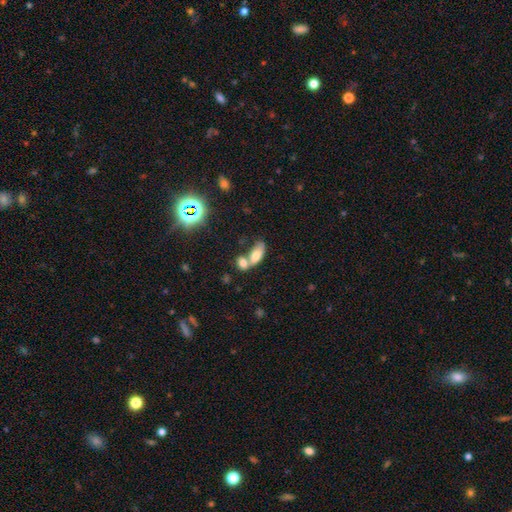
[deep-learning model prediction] A smooth galaxy with no disk features (71%) that is in between round and cigar-shaped (82%).

Vote fractions:
- Smooth or featured? smooth: 71% / featured or disk: 19% / star or artifact: 11%
- How rounded? in between: 82% / cigar-shaped: 13% / round: 5%
- Merging? merger: 62% / none: 25% / minor disturbance: 9% / major disturbance: 5%